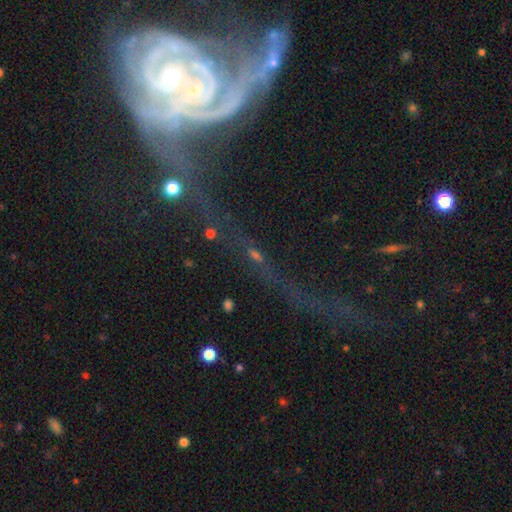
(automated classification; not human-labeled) This appears to be a star or artifact, not a galaxy (40%).